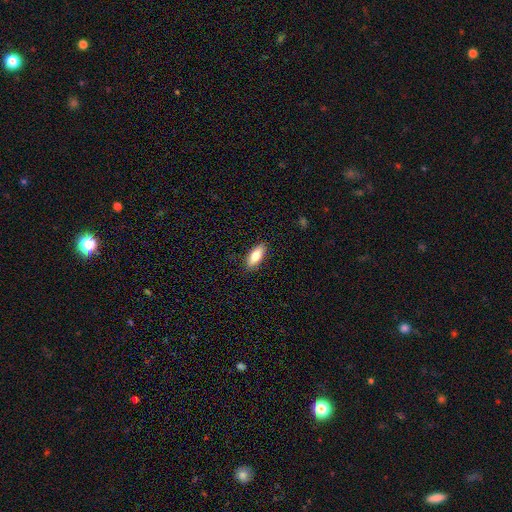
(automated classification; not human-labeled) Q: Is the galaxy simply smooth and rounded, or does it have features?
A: smooth — 78%.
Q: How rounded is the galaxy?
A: in between — 80%.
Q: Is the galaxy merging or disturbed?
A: none — 88%.